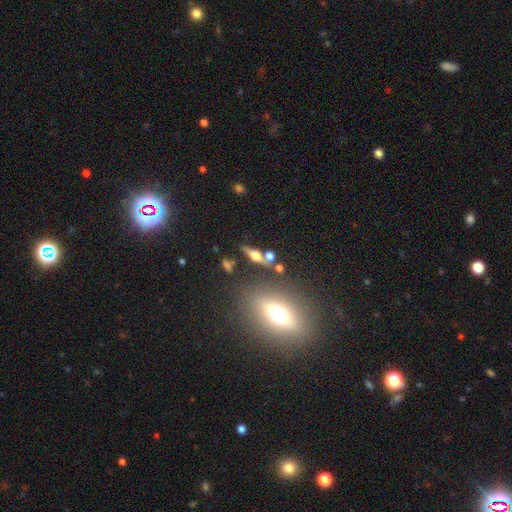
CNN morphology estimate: This is possibly a featured or disk galaxy (54%). It is clearly viewed edge-on (84%). Merging: likely none (63%).